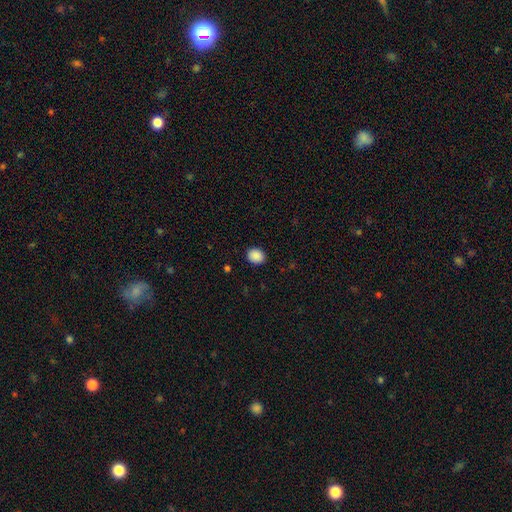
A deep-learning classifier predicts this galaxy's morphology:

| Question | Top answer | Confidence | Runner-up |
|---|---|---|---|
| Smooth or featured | smooth | 89% | star or artifact (8%) |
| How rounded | round | 59% | in between (41%) |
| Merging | none | 90% | minor disturbance (7%) |